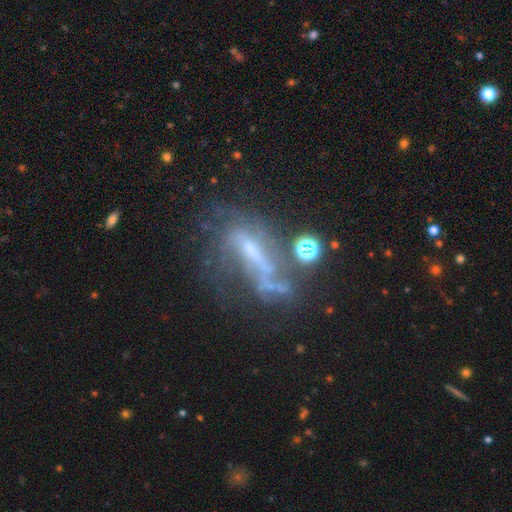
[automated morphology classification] type=featured or disk (65%); edge-on=no (76%); merging=none (34%).